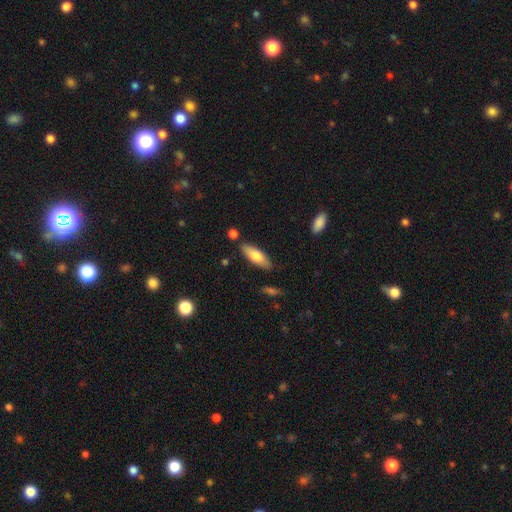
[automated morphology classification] Smooth or featured?
  - smooth: 75% *
  - featured or disk: 20%
  - star or artifact: 6%
How rounded?
  - in between: 62% *
  - cigar-shaped: 36%
  - round: 2%
Merging?
  - none: 82% *
  - minor disturbance: 12%
  - merger: 3%
  - major disturbance: 2%